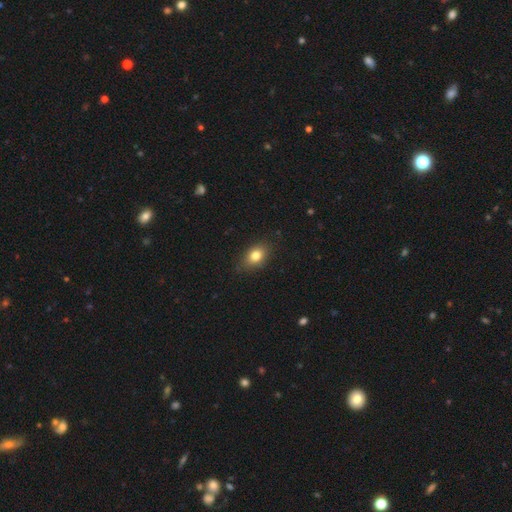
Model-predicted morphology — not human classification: Smooth or featured? smooth (81%)
How rounded? in between (76%)
Merging? none (81%)